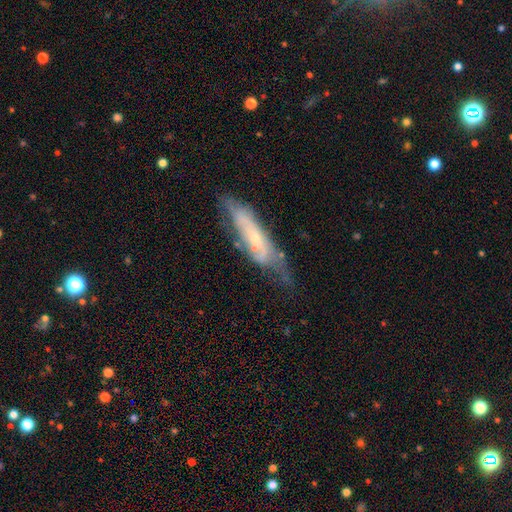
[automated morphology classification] This is possibly a featured or disk galaxy (55%). It is possibly viewed edge-on (54%). Merging: likely none (64%).